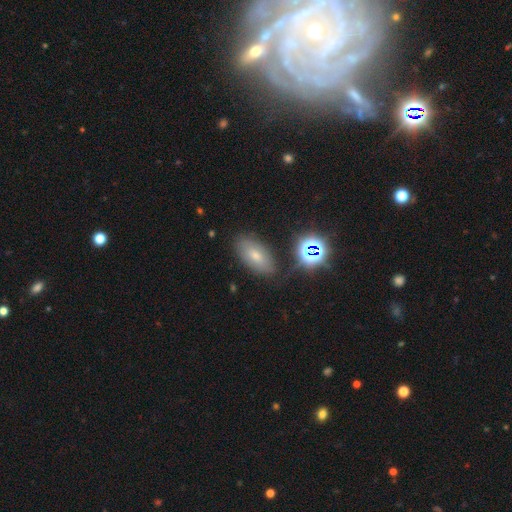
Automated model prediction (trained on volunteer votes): smooth-or-featured: smooth: 65% | featured or disk: 18% | star or artifact: 17%
  how-rounded: in between: 90% | round: 5% | cigar-shaped: 5%
  merging: none: 77% | minor disturbance: 15% | major disturbance: 4% | merger: 3%